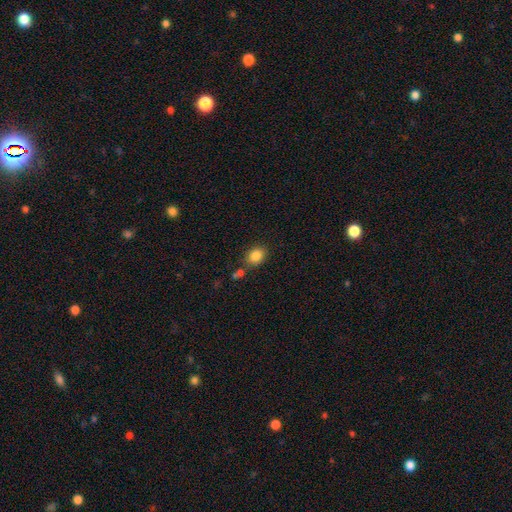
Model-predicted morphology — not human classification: smooth-or-featured: smooth: 85% | star or artifact: 9% | featured or disk: 5%
  how-rounded: in between: 55% | round: 44% | cigar-shaped: 1%
  merging: none: 73% | minor disturbance: 13% | merger: 10% | major disturbance: 4%